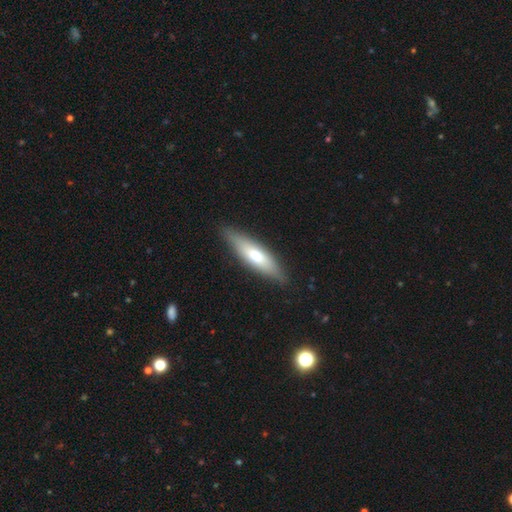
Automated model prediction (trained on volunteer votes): smooth 55%, featured or disk 39%, star or artifact 6%. Down the decision tree: how rounded — cigar-shaped (66%); merging — none (86%).